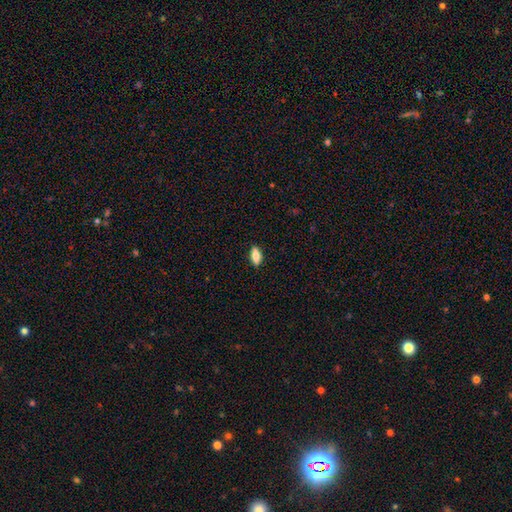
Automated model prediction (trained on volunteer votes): smooth 71%, featured or disk 21%, star or artifact 8%. Down the decision tree: how rounded — in between (68%); merging — none (88%).